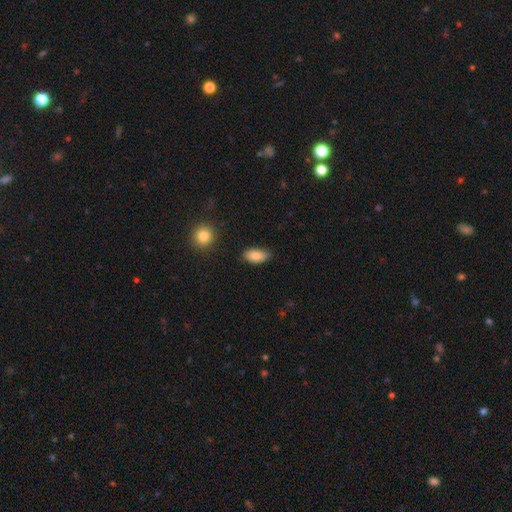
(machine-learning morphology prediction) The model was most divided on "merging": none: 76%, minor disturbance: 19%, major disturbance: 3%, merger: 2%. More confident: how rounded — in between (92%); smooth or featured — smooth (85%).